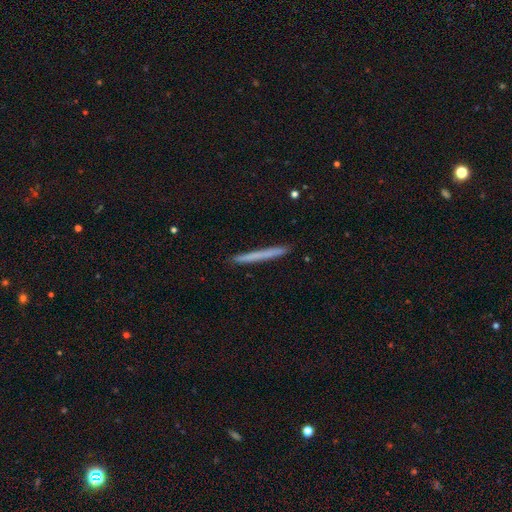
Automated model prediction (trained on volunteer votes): Smooth or featured?
  - smooth: 63% *
  - featured or disk: 31%
  - star or artifact: 6%
How rounded?
  - cigar-shaped: 97% *
  - in between: 1%
  - round: 1%
Merging?
  - none: 92% *
  - minor disturbance: 6%
  - major disturbance: 1%
  - merger: 1%